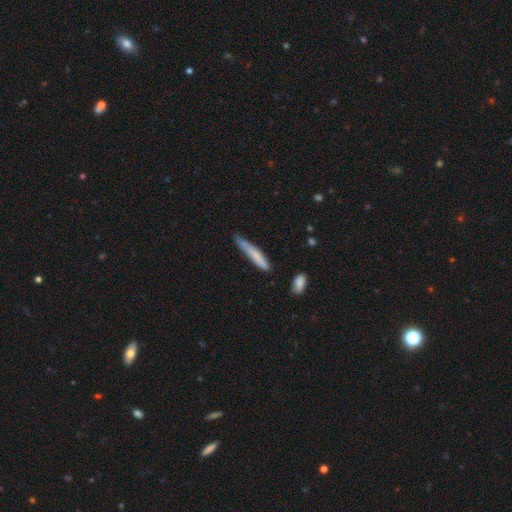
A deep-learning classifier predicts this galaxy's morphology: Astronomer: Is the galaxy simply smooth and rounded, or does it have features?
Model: smooth — 71%.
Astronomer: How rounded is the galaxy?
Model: cigar-shaped — 93%.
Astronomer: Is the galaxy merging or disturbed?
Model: none — 57% (runner-up: minor disturbance, 32%).